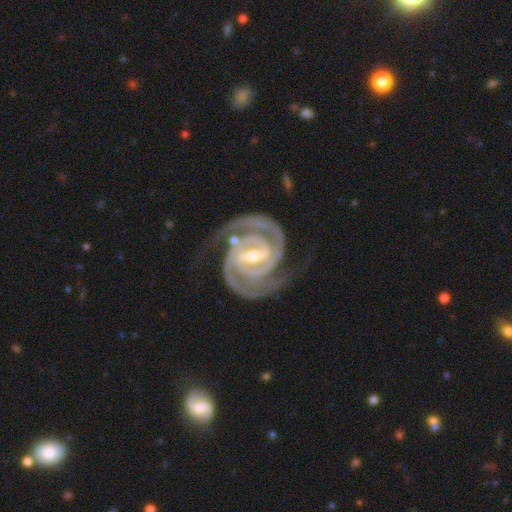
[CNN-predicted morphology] This is clearly a featured or disk galaxy (95%). It is clearly not viewed edge-on (98%). Bar: possibly strong (53%). Spiral arm pattern: clearly yes (99%). Spiral arm count: clearly 2 (86%). Spiral winding: likely tight (74%). Central bulge: possibly small (50%). Merging: likely none (76%).